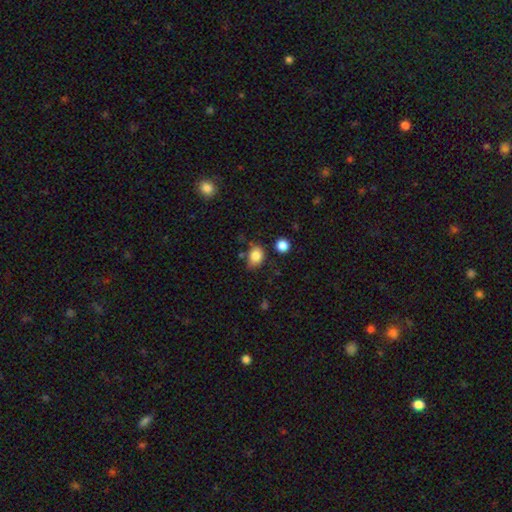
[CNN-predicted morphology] type=smooth (84%); roundness=in between (58%); merging=none (61%).